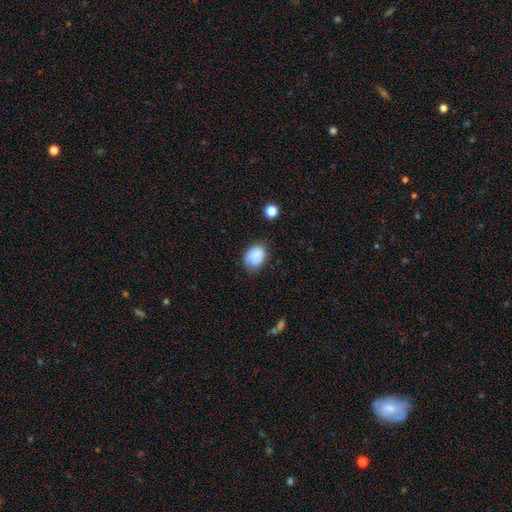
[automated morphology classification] This is clearly a smooth galaxy (82%). How rounded: likely in between (67%). Merging: likely none (65%).